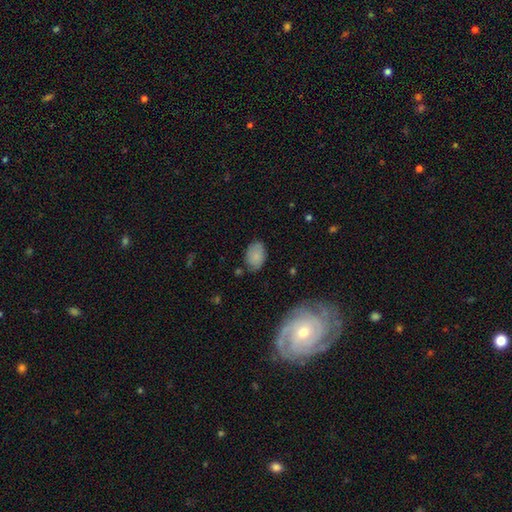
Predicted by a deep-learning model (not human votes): This is clearly a smooth galaxy (83%). How rounded: clearly in between (86%). Merging: likely none (73%).